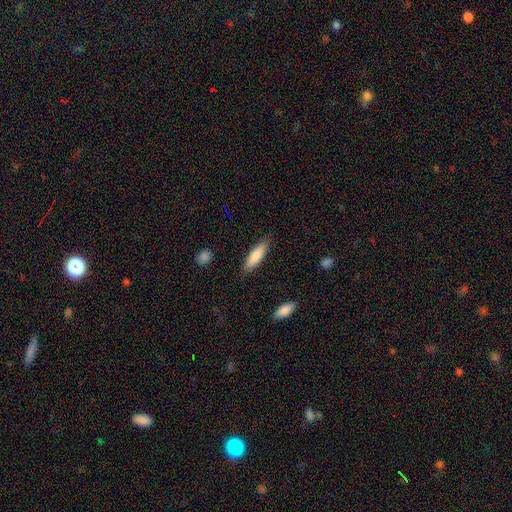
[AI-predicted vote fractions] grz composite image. It shows a smooth galaxy with no disk features (84%) that is cigar-shaped (57%). Merging: none (84%).